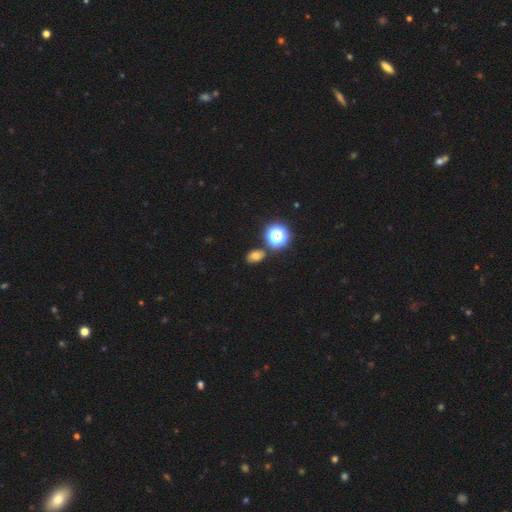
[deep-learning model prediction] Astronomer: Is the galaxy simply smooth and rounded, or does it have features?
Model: smooth — 65%.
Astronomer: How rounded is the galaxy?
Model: in between — 71%.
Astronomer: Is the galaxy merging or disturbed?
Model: none — 80%.